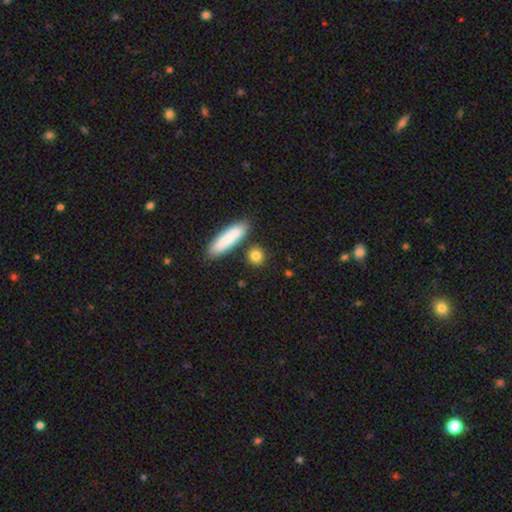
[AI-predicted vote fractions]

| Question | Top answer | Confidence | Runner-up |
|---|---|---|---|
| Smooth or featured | smooth | 83% | featured or disk (9%) |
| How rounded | round | 62% | in between (22%) |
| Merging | none | 80% | minor disturbance (10%) |